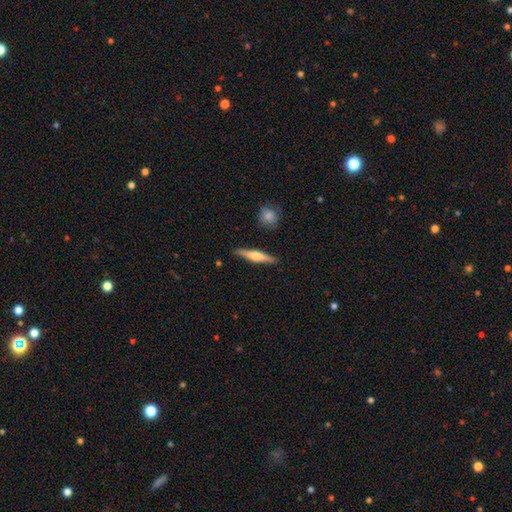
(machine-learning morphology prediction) smooth-or-featured: featured or disk: 53% | smooth: 41% | star or artifact: 6%
  disk-edge-on: yes: 96% | no: 4%
    edge-on-bulge: rounded: 87% | boxy: 7% | none: 6%
  merging: none: 89% | minor disturbance: 8% | merger: 2% | major disturbance: 2%